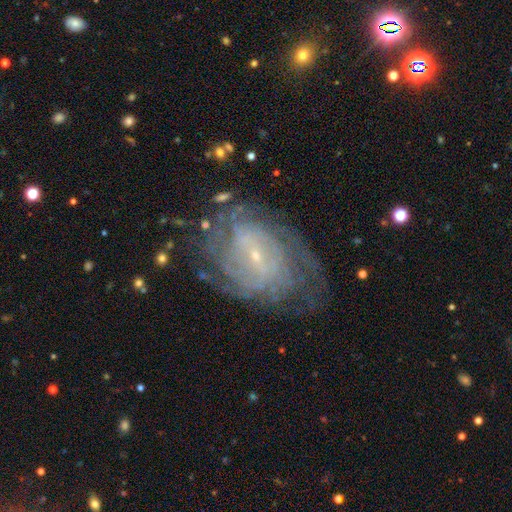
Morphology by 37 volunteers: Q: Smooth or featured?
A: featured or disk (97%); runner-up: smooth (3%)
Q: Edge-on disk?
A: no (86%); runner-up: yes (14%)
Q: Bar?
A: weak (42%); runner-up: no (39%)
Q: Spiral arms?
A: yes (90%); runner-up: no (10%)
Q: Spiral winding?
A: tight (75%); runner-up: medium (18%)
Q: Spiral arm count?
A: can't tell (64%); runner-up: more than 4 (18%)
Q: Bulge size?
A: small (97%); runner-up: large (3%)
Q: Merging?
A: none (68%); runner-up: minor disturbance (16%)